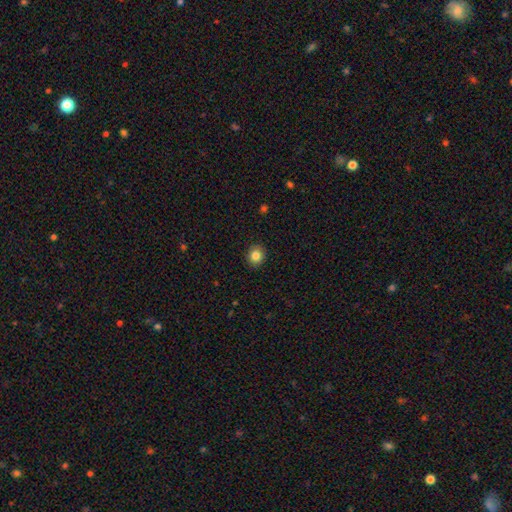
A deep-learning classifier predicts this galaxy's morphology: This appears to be a smooth galaxy with no disk features (84%) that is round (80%). Merging: none (91%).